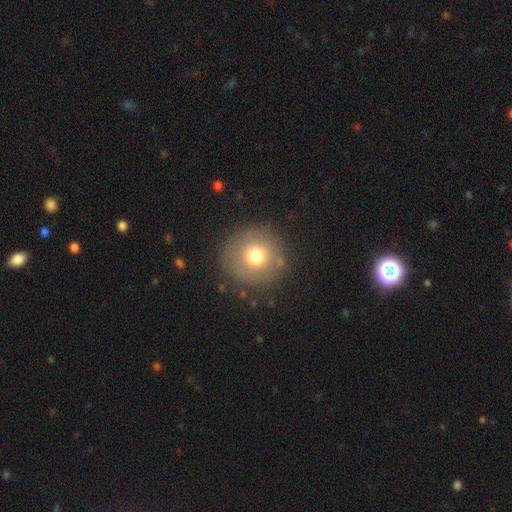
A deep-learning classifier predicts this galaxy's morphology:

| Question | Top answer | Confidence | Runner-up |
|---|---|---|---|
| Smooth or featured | smooth | 72% | featured or disk (16%) |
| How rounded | round | 95% | in between (4%) |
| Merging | none | 85% | minor disturbance (9%) |